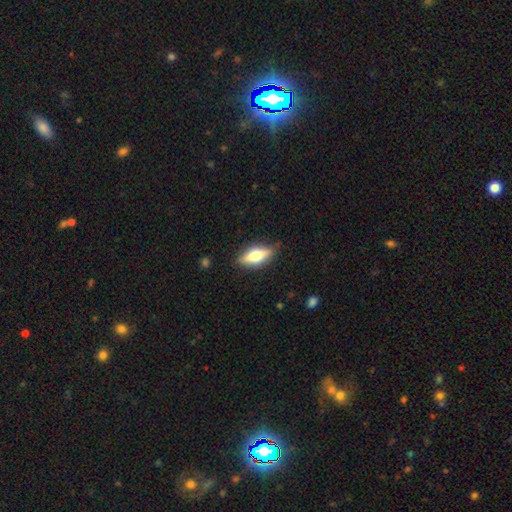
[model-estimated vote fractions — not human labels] Smooth or featured? smooth (51%)
How rounded? in between (68%)
Merging? none (84%)